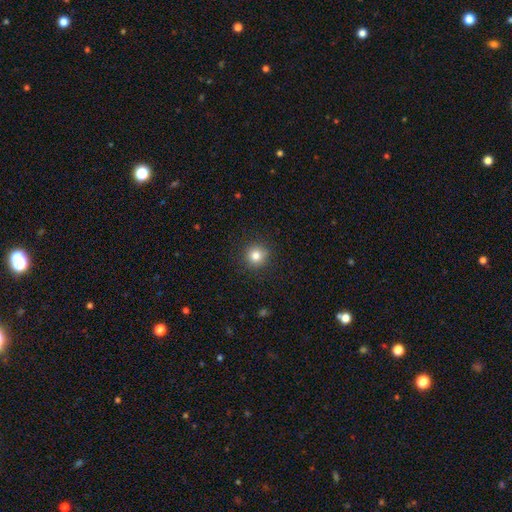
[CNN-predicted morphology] Smooth or featured: smooth — 82% (star or artifact — 12%)
How rounded: round — 94% (in between — 5%)
Merging: none — 91% (minor disturbance — 6%)